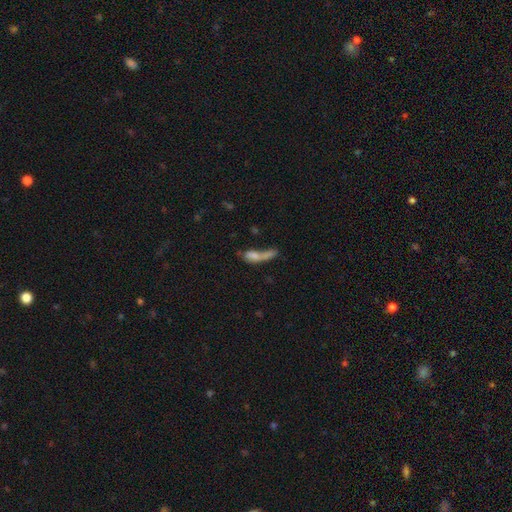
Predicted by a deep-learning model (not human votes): Smooth or featured? Predicted: smooth (p=0.65). How rounded? Predicted: in between (p=0.48). Merging? Predicted: merger (p=0.37).